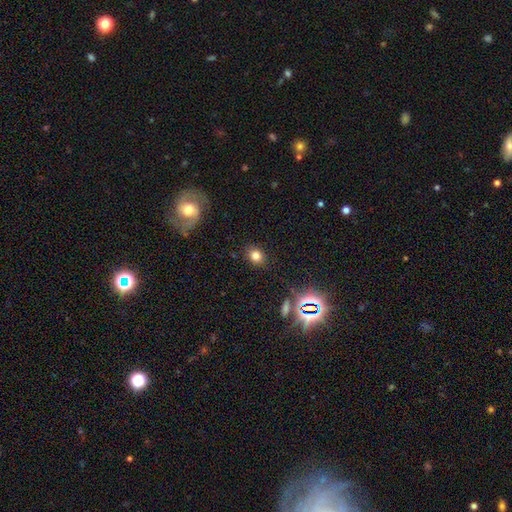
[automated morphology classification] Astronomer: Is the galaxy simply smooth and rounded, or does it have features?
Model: smooth — 77%.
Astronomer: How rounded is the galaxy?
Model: round — 62% (runner-up: in between, 37%).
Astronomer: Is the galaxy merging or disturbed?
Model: none — 86%.